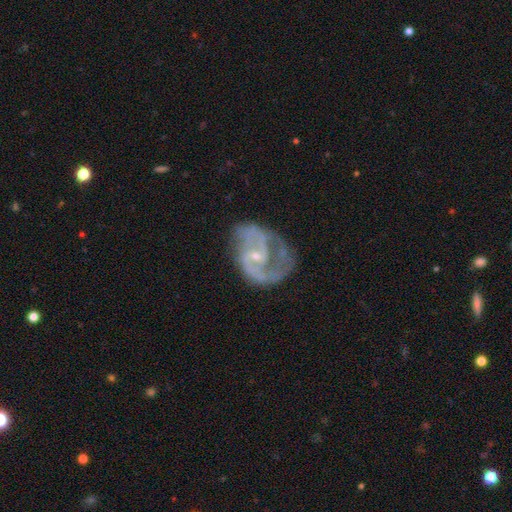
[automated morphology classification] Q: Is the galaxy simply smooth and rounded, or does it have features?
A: featured or disk — 86%.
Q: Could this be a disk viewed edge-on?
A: no — 98%.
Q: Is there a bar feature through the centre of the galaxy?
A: no — 44%, tied with weak.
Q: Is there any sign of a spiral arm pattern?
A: yes — 93%.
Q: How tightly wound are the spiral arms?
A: medium — 51%.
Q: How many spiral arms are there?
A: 2 — 69%.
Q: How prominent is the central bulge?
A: small — 75%.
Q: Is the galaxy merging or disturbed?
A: none — 49%.